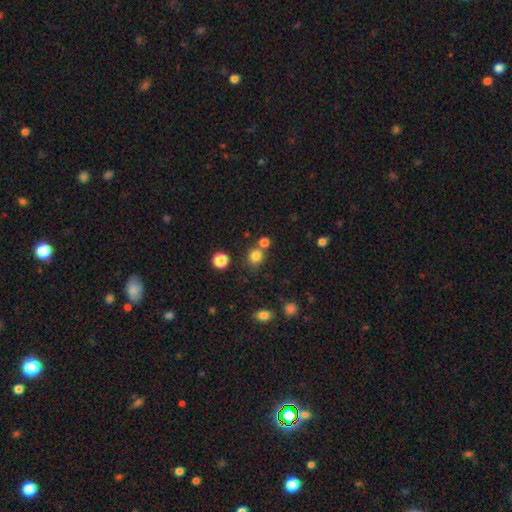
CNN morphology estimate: Q: Smooth or featured?
A: smooth (80%); runner-up: star or artifact (14%)
Q: How rounded?
A: round (83%); runner-up: in between (16%)
Q: Merging?
A: none (66%); runner-up: merger (22%)